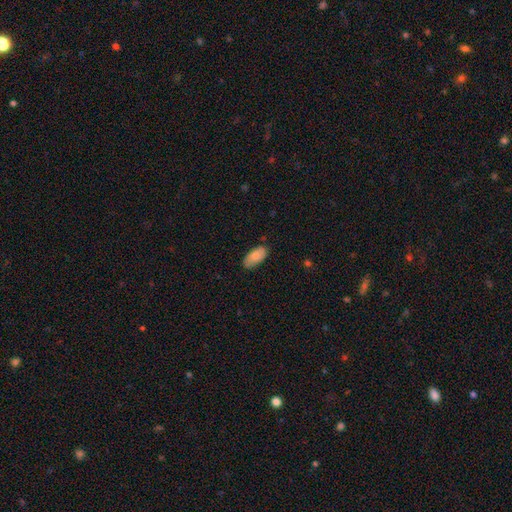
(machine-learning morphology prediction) A smooth galaxy with no disk features (79%) that is in between round and cigar-shaped (93%).

Vote fractions:
- Smooth or featured? smooth: 79% / featured or disk: 14% / star or artifact: 6%
- How rounded? in between: 93% / cigar-shaped: 5% / round: 2%
- Merging? none: 77% / minor disturbance: 19% / major disturbance: 3% / merger: 1%